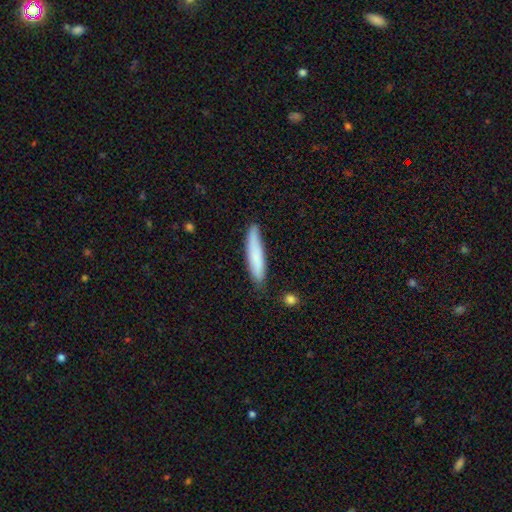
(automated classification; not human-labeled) Q: Smooth or featured?
A: smooth (79%); runner-up: featured or disk (15%)
Q: How rounded?
A: cigar-shaped (87%); runner-up: in between (12%)
Q: Merging?
A: none (79%); runner-up: minor disturbance (17%)